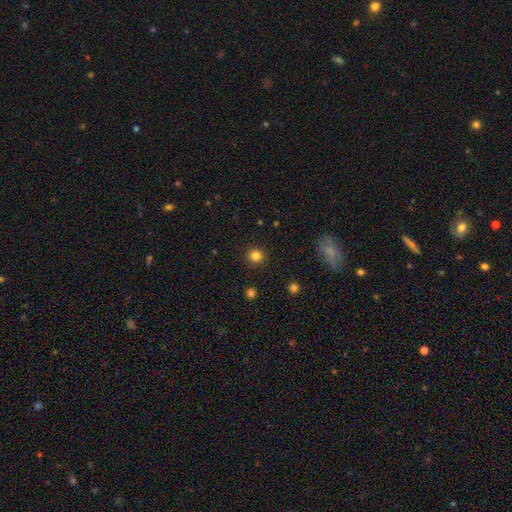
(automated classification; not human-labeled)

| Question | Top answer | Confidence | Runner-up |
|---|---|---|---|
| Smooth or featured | smooth | 83% | star or artifact (13%) |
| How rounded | round | 93% | in between (6%) |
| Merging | none | 91% | minor disturbance (6%) |